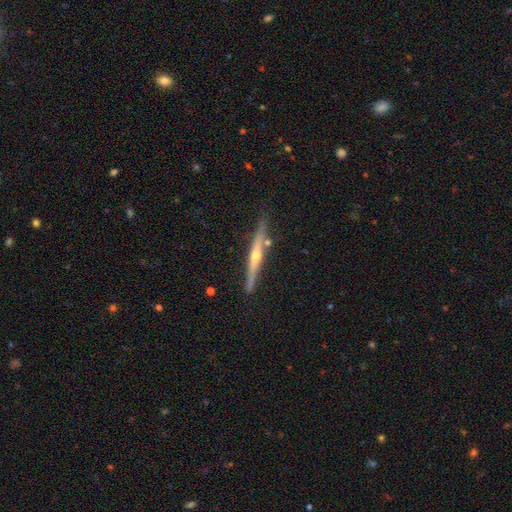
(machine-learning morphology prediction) type=featured or disk (74%); edge-on=yes (97%); edge-on bulge=rounded (86%); merging=none (82%).